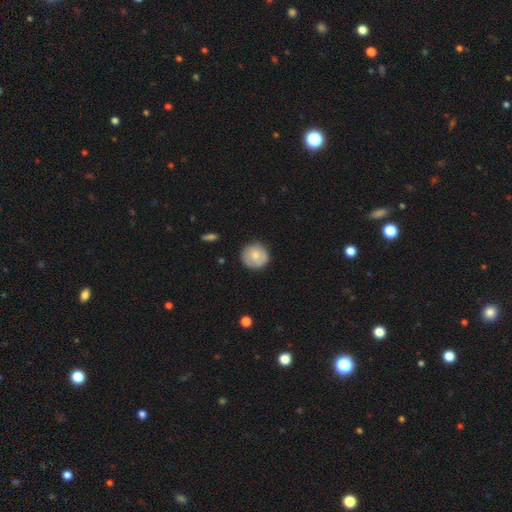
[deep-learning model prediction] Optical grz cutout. It shows a smooth galaxy with no disk features (68%) that is round (93%). Merging: none (84%).